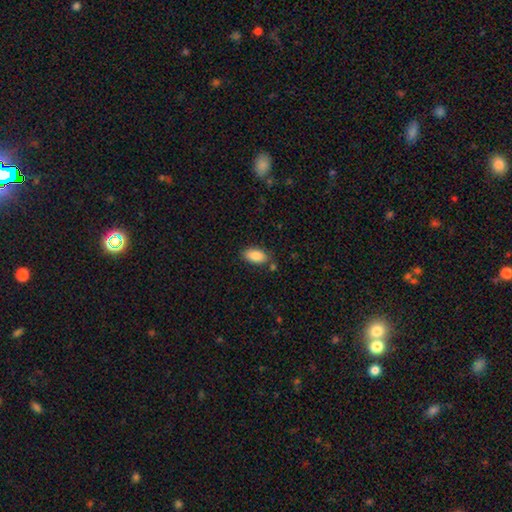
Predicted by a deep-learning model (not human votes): A smooth galaxy with no disk features (87%) that is in between round and cigar-shaped (92%). Merging: none (79%).